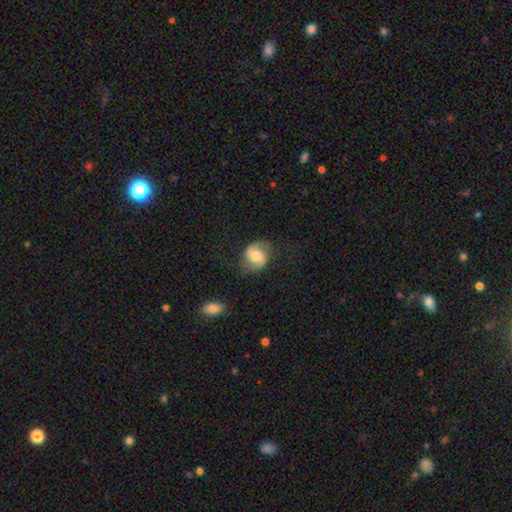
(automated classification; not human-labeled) Smooth or featured? featured or disk (56%)
Edge-on disk? no (97%)
Bar? no (43%)
Spiral arms? yes (89%)
Bulge size? moderate (61%)
Merging? none (70%)